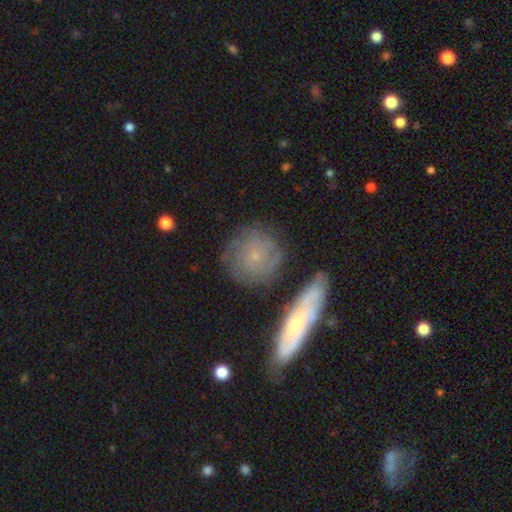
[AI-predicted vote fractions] smooth-or-featured: smooth: 47% | featured or disk: 45% | star or artifact: 8%
  merging: none: 73% | minor disturbance: 16% | merger: 6% | major disturbance: 5%